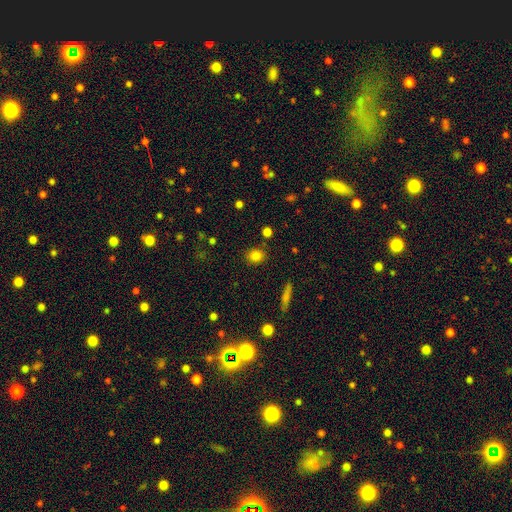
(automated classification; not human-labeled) A smooth galaxy with no disk features (83%) that is round (73%). Merging: none (85%).